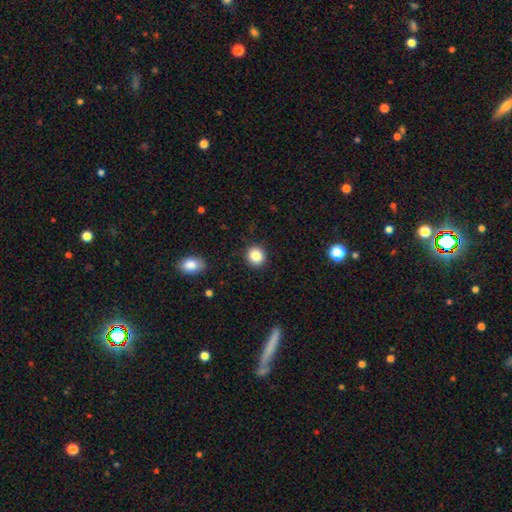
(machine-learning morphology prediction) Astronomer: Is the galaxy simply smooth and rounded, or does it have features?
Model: smooth — 85%.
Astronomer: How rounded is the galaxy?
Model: round — 88%.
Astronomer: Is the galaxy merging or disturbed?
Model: none — 91%.